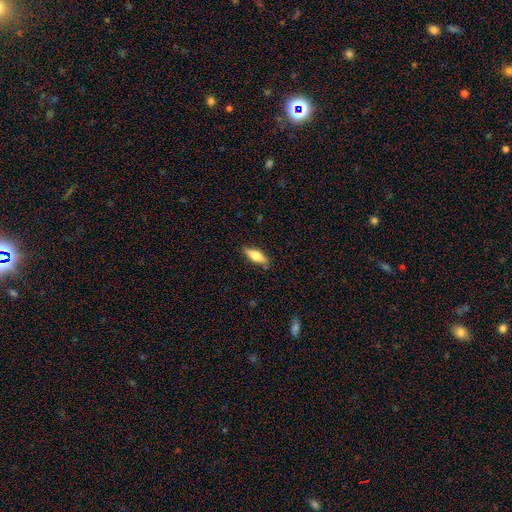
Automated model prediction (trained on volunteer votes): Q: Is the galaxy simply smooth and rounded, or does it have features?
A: smooth — 64%.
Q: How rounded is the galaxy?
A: in between — 52%.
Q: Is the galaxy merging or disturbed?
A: none — 84%.